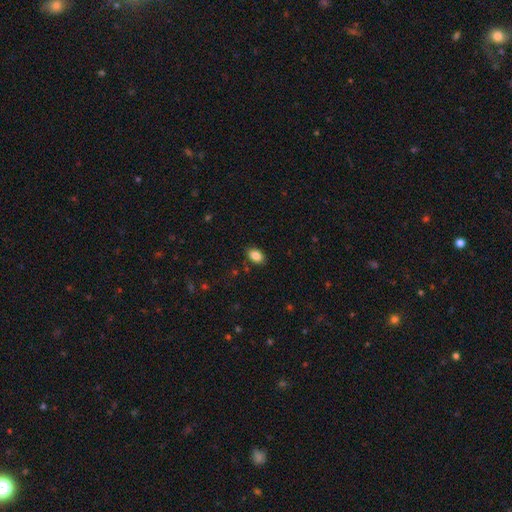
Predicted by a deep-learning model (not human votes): smooth 86%, star or artifact 8%, featured or disk 5%. Down the decision tree: how rounded — in between (86%); merging — none (87%).